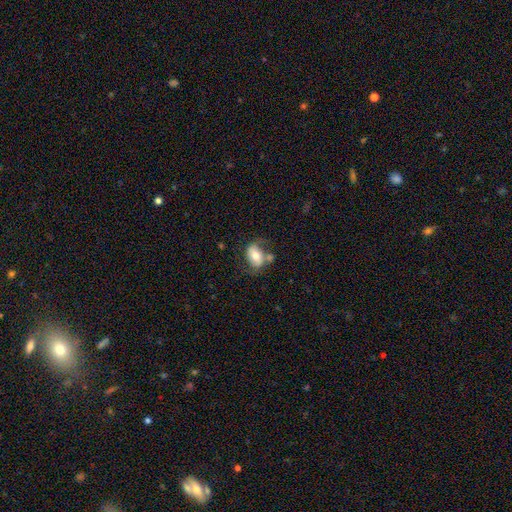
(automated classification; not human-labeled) A smooth galaxy with no disk features (57%) that is in between round and cigar-shaped (84%). Merging: none (50%).